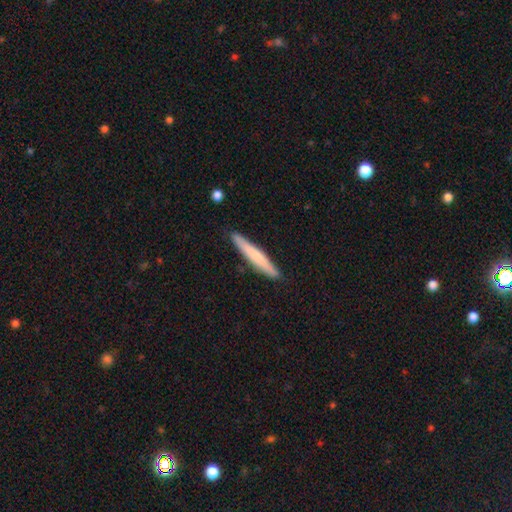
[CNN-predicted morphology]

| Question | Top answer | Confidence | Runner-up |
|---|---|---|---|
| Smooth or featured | smooth | 65% | featured or disk (30%) |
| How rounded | cigar-shaped | 95% | in between (3%) |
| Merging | none | 90% | minor disturbance (8%) |